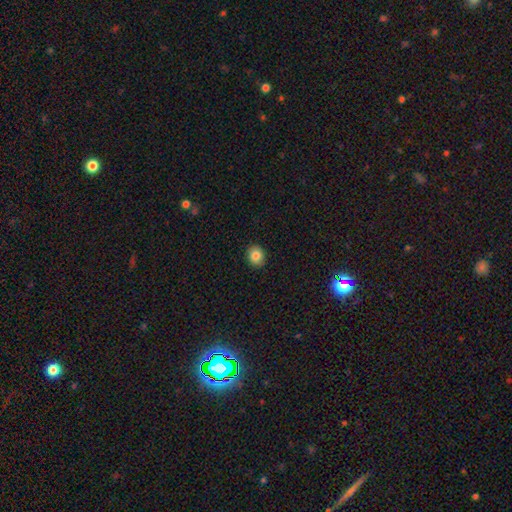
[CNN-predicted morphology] This appears to be a smooth galaxy with no disk features (84%) that is round (64%). Merging: none (91%).